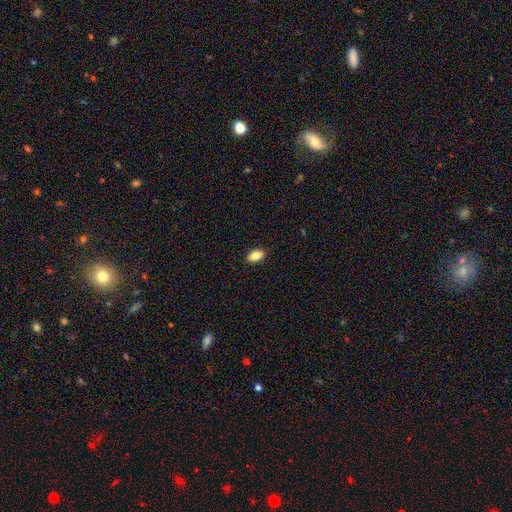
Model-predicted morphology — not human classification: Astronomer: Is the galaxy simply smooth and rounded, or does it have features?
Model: smooth — 85%.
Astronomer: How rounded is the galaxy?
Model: in between — 90%.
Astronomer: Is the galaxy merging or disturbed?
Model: none — 89%.